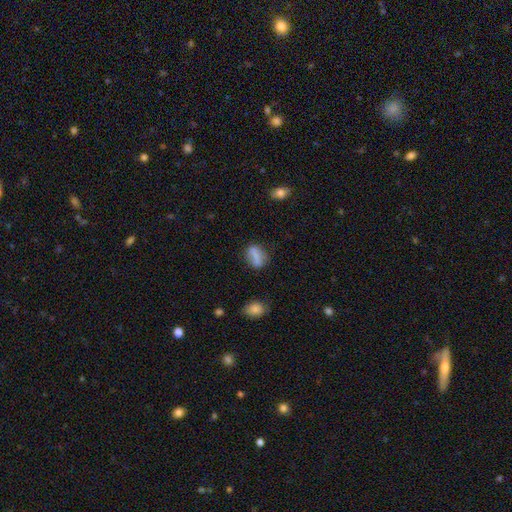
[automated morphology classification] Q: Smooth or featured?
A: smooth (68%); runner-up: featured or disk (22%)
Q: How rounded?
A: in between (65%); runner-up: round (22%)
Q: Merging?
A: none (73%); runner-up: minor disturbance (16%)